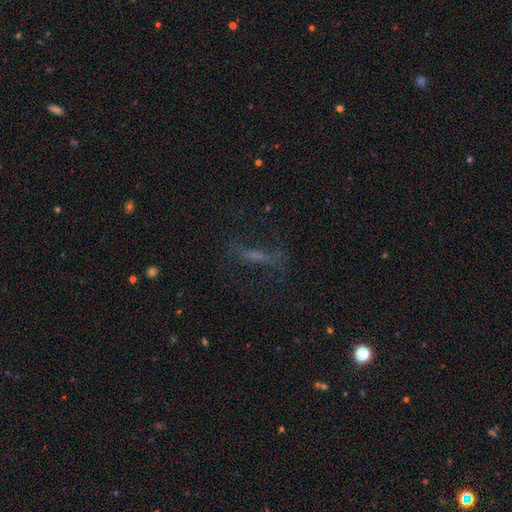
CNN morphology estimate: type=featured or disk (45%); merging=none (64%).